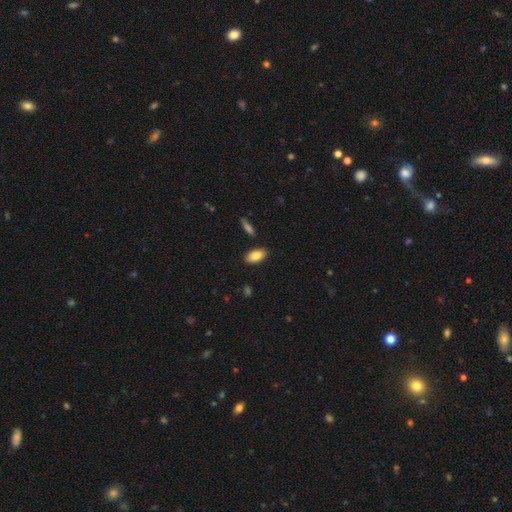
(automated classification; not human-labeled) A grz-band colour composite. It shows a smooth galaxy with no disk features (84%) that is in between round and cigar-shaped (92%). Merging: none (87%).